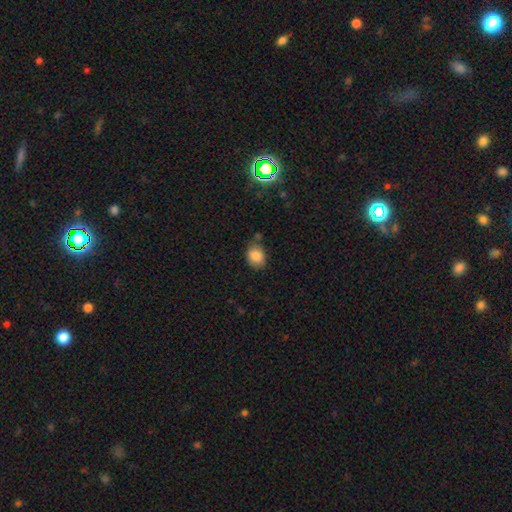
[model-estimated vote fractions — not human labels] Smooth or featured? smooth (85%)
How rounded? in between (69%)
Merging? none (72%)